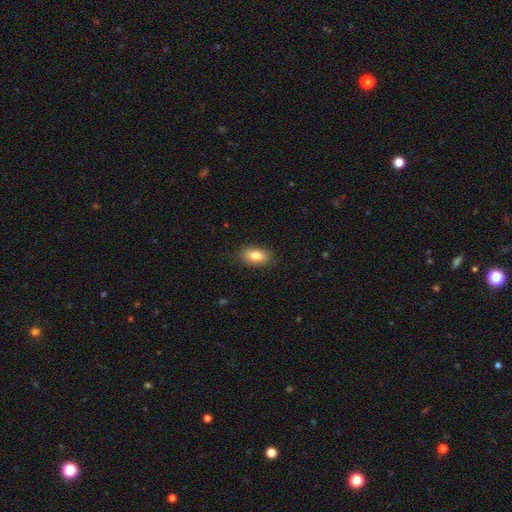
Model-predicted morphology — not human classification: Overall: smooth (82%). How rounded: in between (88%). Merging: none (85%).